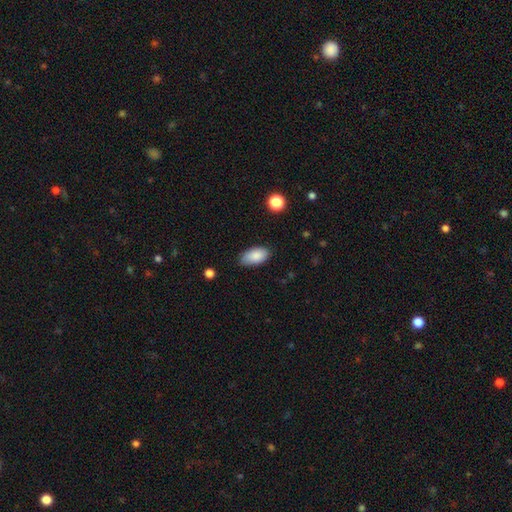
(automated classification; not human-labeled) smooth 87%, star or artifact 7%, featured or disk 6%. Down the decision tree: how rounded — in between (94%); merging — none (78%).